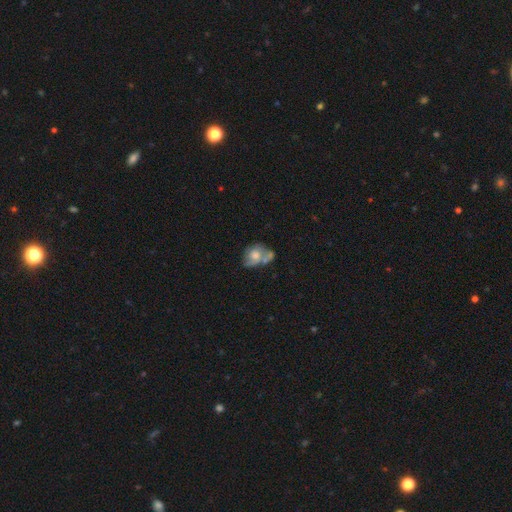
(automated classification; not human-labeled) smooth-or-featured: featured or disk: 47% | smooth: 45% | star or artifact: 8%
  merging: merger: 35% | none: 27% | minor disturbance: 20% | major disturbance: 18%